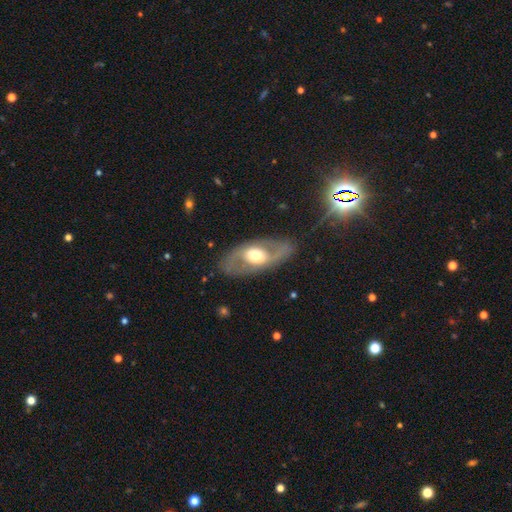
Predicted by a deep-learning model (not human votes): featured or disk 68%, smooth 26%, star or artifact 5%. Down the decision tree: edge-on disk — no (88%); bar — no (58%); spiral arms — yes (57%); bulge size — moderate (60%); merging — none (79%).